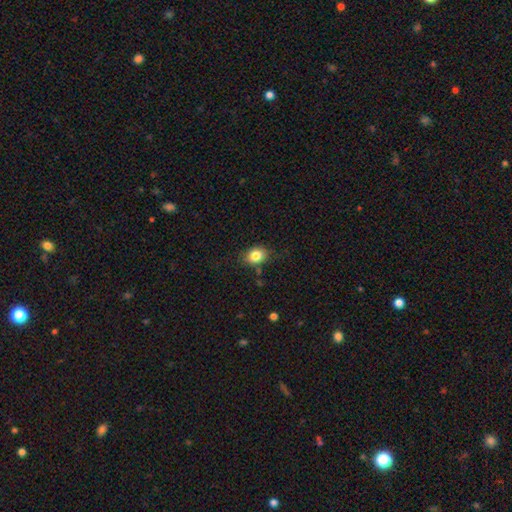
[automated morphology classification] Smooth or featured?
  - smooth: 83% *
  - star or artifact: 9%
  - featured or disk: 8%
How rounded?
  - in between: 59% *
  - round: 40%
  - cigar-shaped: 1%
Merging?
  - none: 79% *
  - minor disturbance: 16%
  - major disturbance: 3%
  - merger: 2%